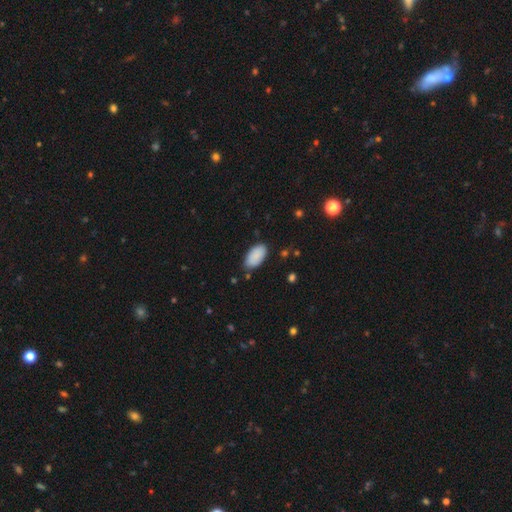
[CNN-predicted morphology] smooth 89%, star or artifact 7%, featured or disk 4%. Down the decision tree: how rounded — in between (95%); merging — none (81%).